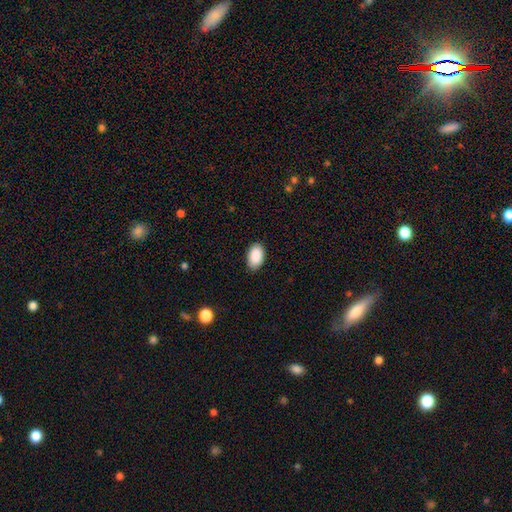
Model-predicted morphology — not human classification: Smooth or featured: smooth — 90% (star or artifact — 7%)
How rounded: in between — 94% (round — 5%)
Merging: none — 86% (minor disturbance — 11%)